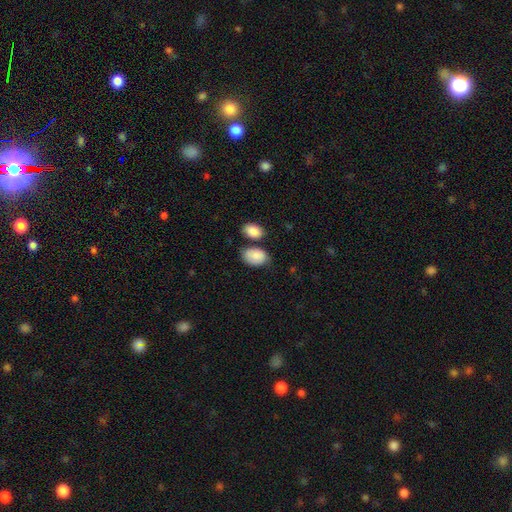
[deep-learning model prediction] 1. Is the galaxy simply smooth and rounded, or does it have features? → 85% smooth, 9% featured or disk, 6% star or artifact.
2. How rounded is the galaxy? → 87% in between, 12% round, 1% cigar-shaped.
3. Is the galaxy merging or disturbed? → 55% none, 21% minor disturbance, 18% merger, 6% major disturbance.